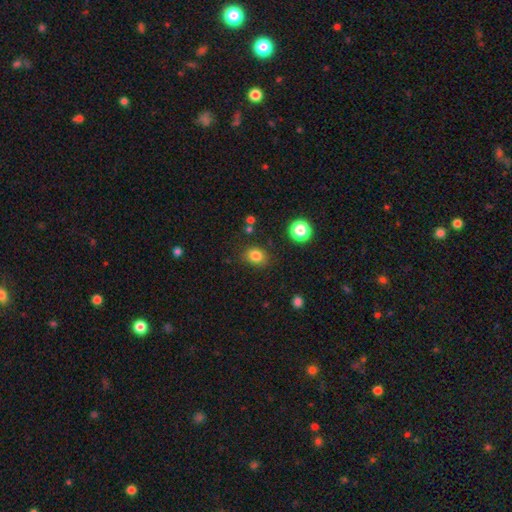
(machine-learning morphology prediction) type=smooth (82%); roundness=round (54%); merging=none (81%).